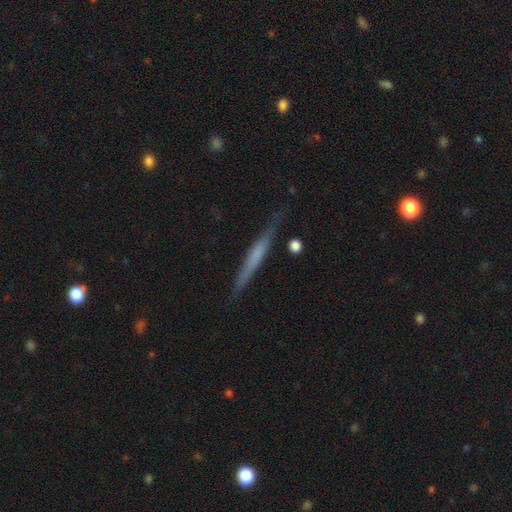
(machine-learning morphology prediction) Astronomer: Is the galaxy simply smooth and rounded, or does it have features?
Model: featured or disk — 52% (runner-up: smooth, 41%).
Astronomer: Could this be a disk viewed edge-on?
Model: yes — 96%.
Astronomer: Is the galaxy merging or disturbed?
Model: none — 81%.